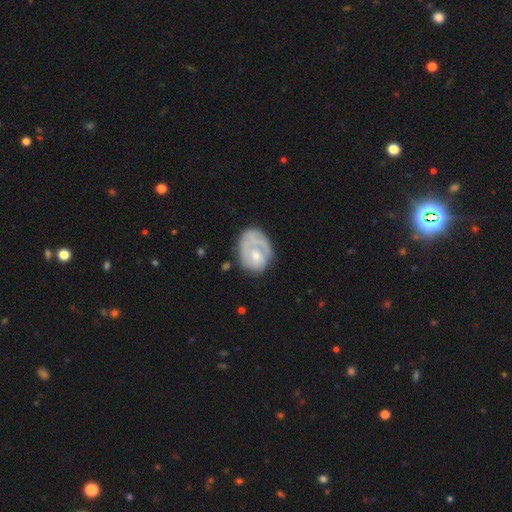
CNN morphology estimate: This is likely a featured or disk galaxy (65%). It is clearly not viewed edge-on (97%). Bar: likely no (76%). Spiral arm pattern: likely yes (75%). Central bulge: possibly small (52%). Merging: possibly none (52%).